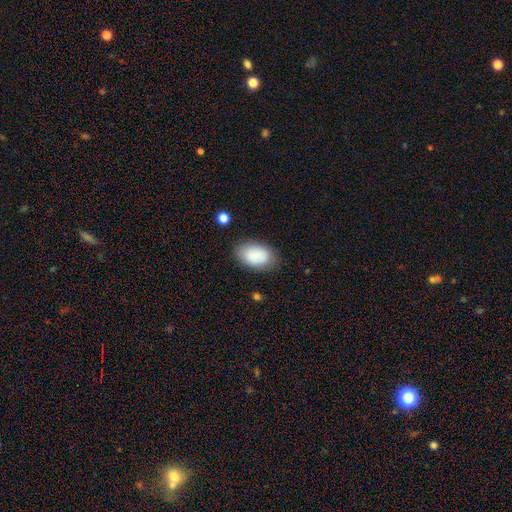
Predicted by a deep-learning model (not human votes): Q: Smooth or featured?
A: smooth (86%); runner-up: featured or disk (7%)
Q: How rounded?
A: in between (91%); runner-up: round (8%)
Q: Merging?
A: none (79%); runner-up: minor disturbance (15%)